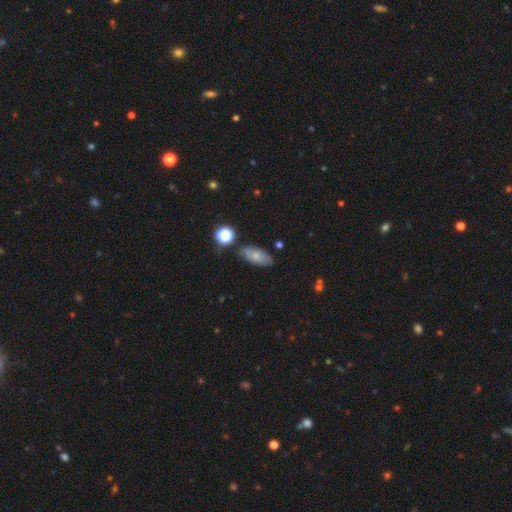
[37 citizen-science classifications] Volunteers were most divided on "smooth or featured": smooth: 70%, featured or disk: 22%, star or artifact: 8%. More confident: how rounded — in between (88%); merging — none (76%).